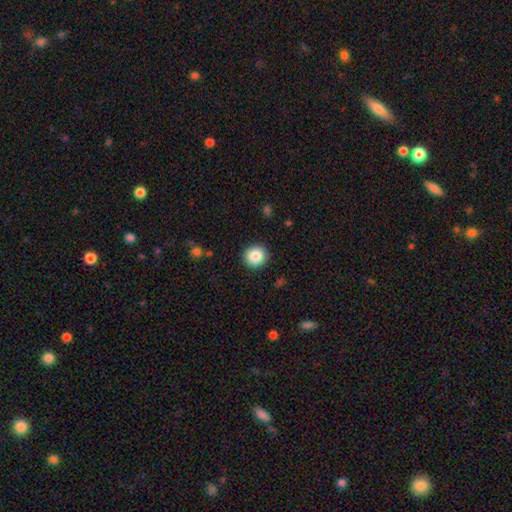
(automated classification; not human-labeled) Smooth or featured? smooth (86%)
How rounded? round (93%)
Merging? none (91%)